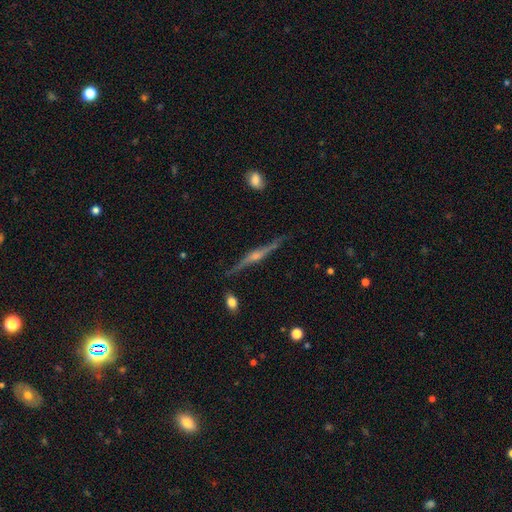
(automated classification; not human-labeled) A featured or disk galaxy (86%) viewed edge-on (98%) with a rounded central bulge (88%). Merging: none (87%).